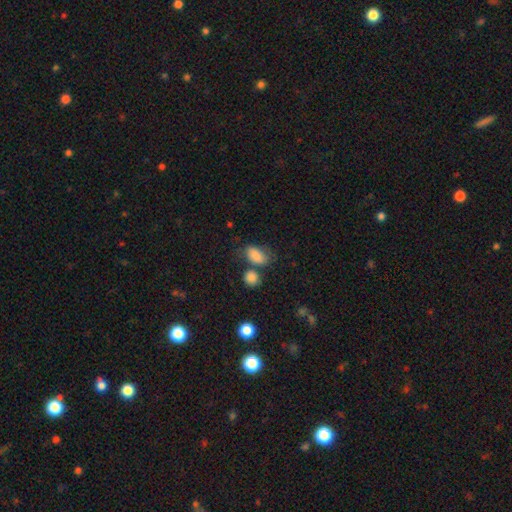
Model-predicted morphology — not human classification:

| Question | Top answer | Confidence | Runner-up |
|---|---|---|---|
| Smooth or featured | smooth | 83% | star or artifact (8%) |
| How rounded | in between | 86% | round (12%) |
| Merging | none | 46% | merger (23%) |